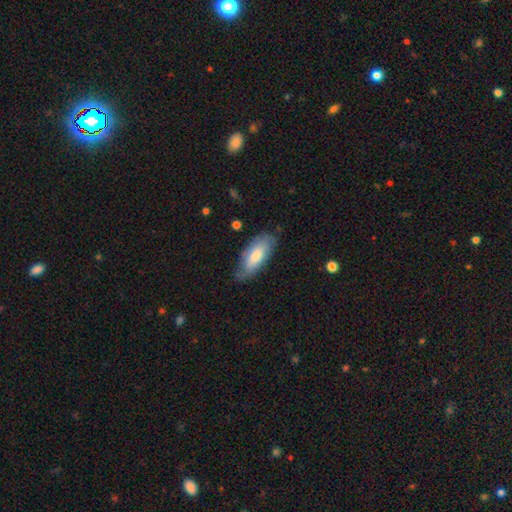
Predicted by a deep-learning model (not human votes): Smooth or featured: smooth — 72% (featured or disk — 23%)
How rounded: in between — 82% (cigar-shaped — 16%)
Merging: none — 73% (minor disturbance — 22%)